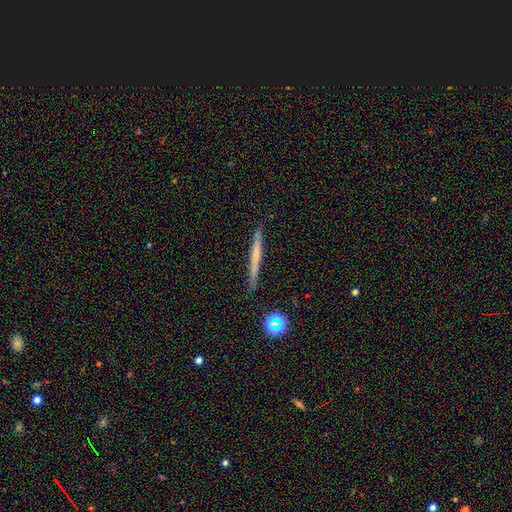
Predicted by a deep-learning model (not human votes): The model was most divided on "smooth or featured": smooth: 47%, featured or disk: 45%, star or artifact: 7%. More confident: merging — none (90%).